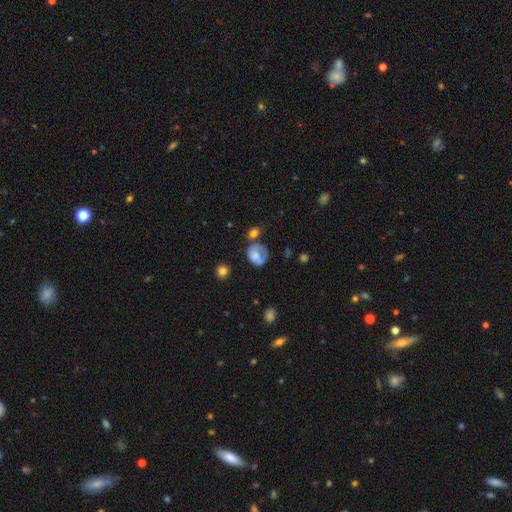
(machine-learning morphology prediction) Smooth or featured? Predicted: smooth (p=0.65). How rounded? Predicted: round (p=0.58). Merging? Predicted: none (p=0.38).